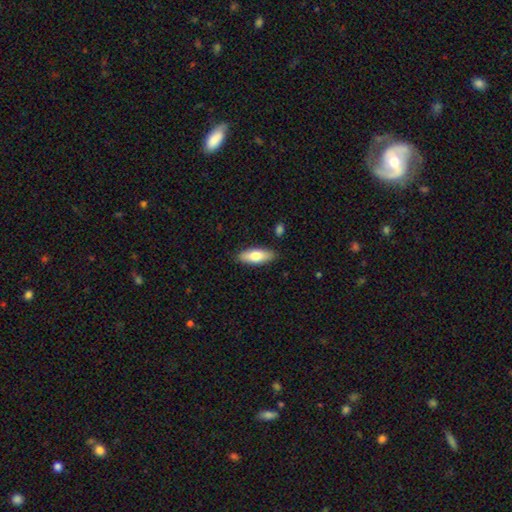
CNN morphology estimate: Smooth or featured? smooth (76%)
How rounded? in between (76%)
Merging? none (87%)